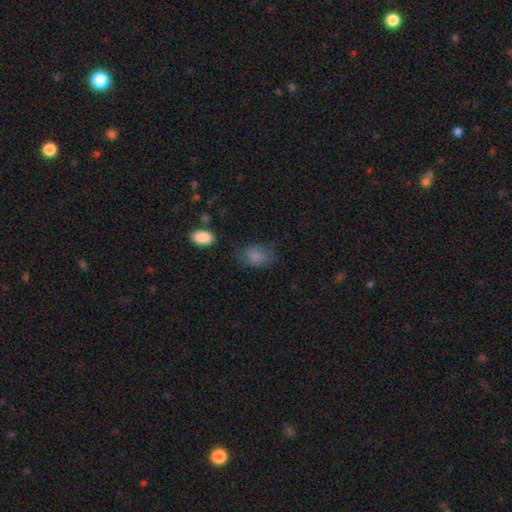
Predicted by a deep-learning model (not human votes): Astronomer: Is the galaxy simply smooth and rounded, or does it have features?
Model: smooth — 81%.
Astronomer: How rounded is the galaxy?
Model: in between — 83%.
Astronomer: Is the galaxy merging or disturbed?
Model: none — 65%.